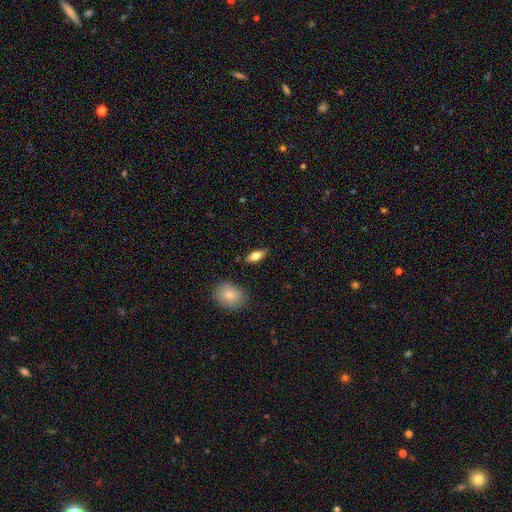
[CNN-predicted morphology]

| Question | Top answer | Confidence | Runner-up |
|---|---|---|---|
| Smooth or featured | smooth | 65% | featured or disk (28%) |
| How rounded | in between | 79% | cigar-shaped (17%) |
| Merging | none | 86% | minor disturbance (10%) |